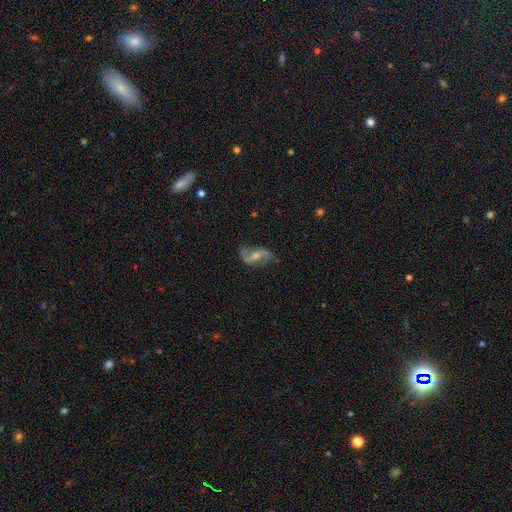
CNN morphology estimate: This appears to be a featured or disk galaxy (84%) with a weak bar (45%), 2 (92%) loose (67%) spiral arms (94%) and a moderate central bulge (49%). Merging: none (73%).